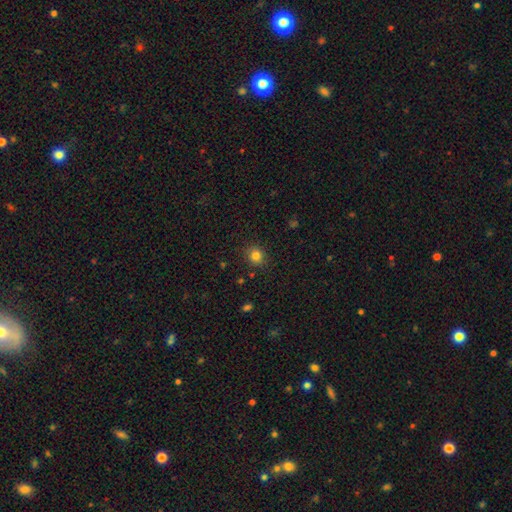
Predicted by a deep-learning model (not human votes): Q: Smooth or featured?
A: smooth (82%); runner-up: star or artifact (13%)
Q: How rounded?
A: round (81%); runner-up: in between (18%)
Q: Merging?
A: none (87%); runner-up: minor disturbance (9%)